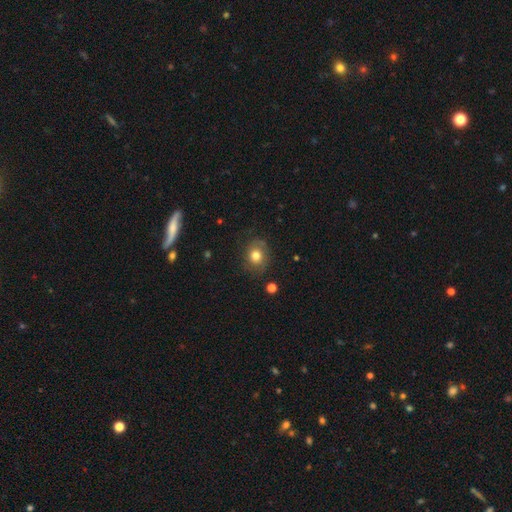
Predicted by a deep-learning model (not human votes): Smooth or featured: smooth — 69% (featured or disk — 20%)
How rounded: round — 68% (in between — 31%)
Merging: none — 74% (minor disturbance — 17%)